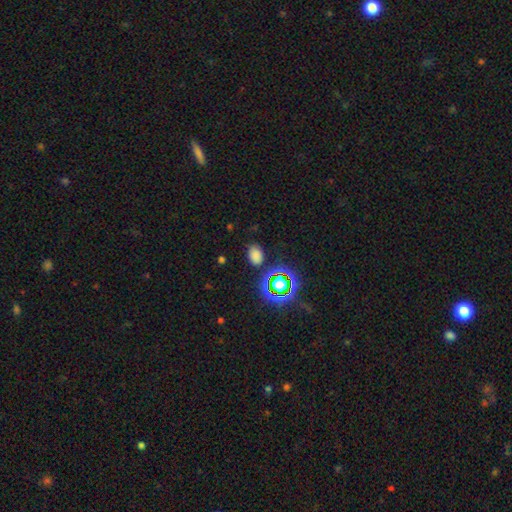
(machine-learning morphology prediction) smooth_or_featured: smooth (p=0.70) [alt: star or artifact p=0.24]
how_rounded: in between (p=0.77) [alt: round p=0.22]
merging: none (p=0.80) [alt: minor disturbance p=0.13]